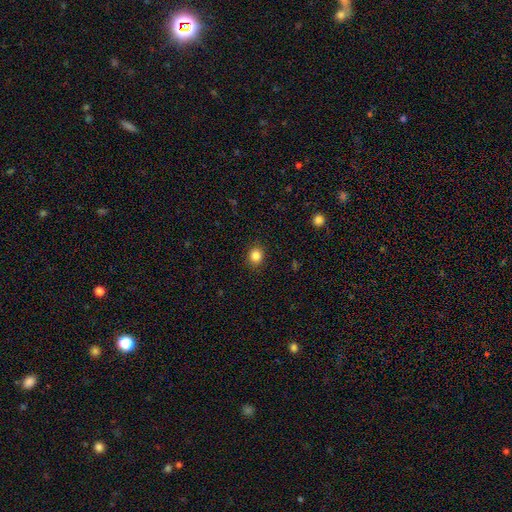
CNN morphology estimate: smooth-or-featured: smooth: 84% | star or artifact: 11% | featured or disk: 5%
  how-rounded: round: 78% | in between: 21% | cigar-shaped: 1%
  merging: none: 90% | minor disturbance: 7% | major disturbance: 2% | merger: 1%